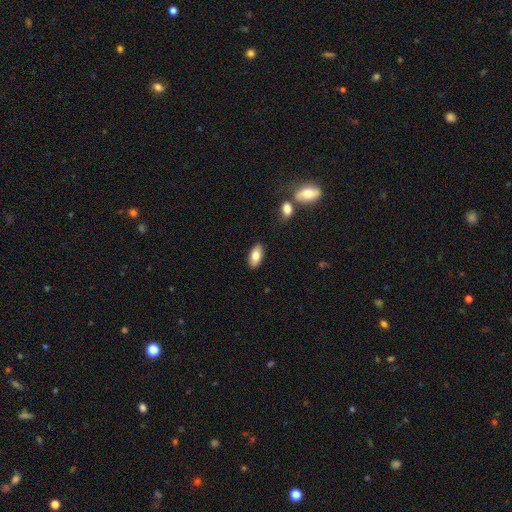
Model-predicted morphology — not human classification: A smooth galaxy with no disk features (80%) that is in between round and cigar-shaped (92%).

Vote fractions:
- Smooth or featured? smooth: 80% / featured or disk: 13% / star or artifact: 7%
- How rounded? in between: 92% / cigar-shaped: 5% / round: 3%
- Merging? none: 88% / minor disturbance: 8% / major disturbance: 2% / merger: 2%